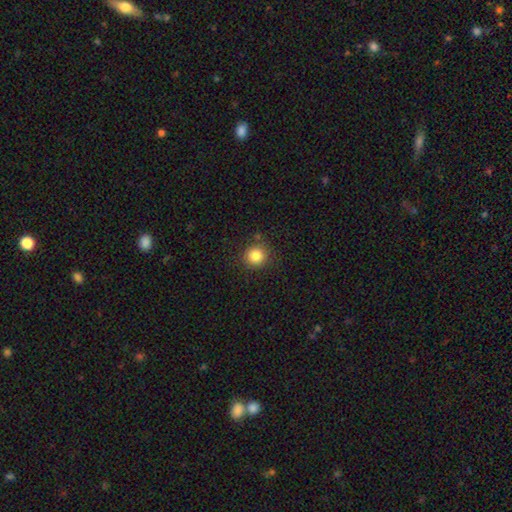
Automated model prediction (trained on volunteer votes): This appears to be a smooth galaxy with no disk features (83%) that is round (91%). Merging: none (86%).